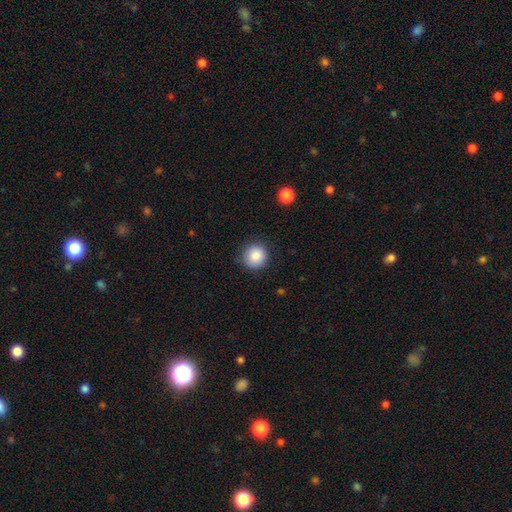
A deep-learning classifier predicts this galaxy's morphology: Smooth or featured? smooth (87%)
How rounded? round (92%)
Merging? none (86%)